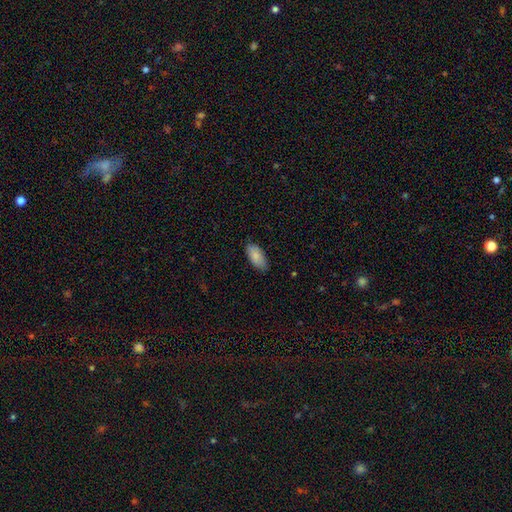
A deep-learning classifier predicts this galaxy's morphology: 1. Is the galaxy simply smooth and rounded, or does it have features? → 87% smooth, 7% featured or disk, 6% star or artifact.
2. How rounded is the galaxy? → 92% in between, 6% cigar-shaped, 2% round.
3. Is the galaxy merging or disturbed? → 81% none, 15% minor disturbance, 3% major disturbance, 1% merger.